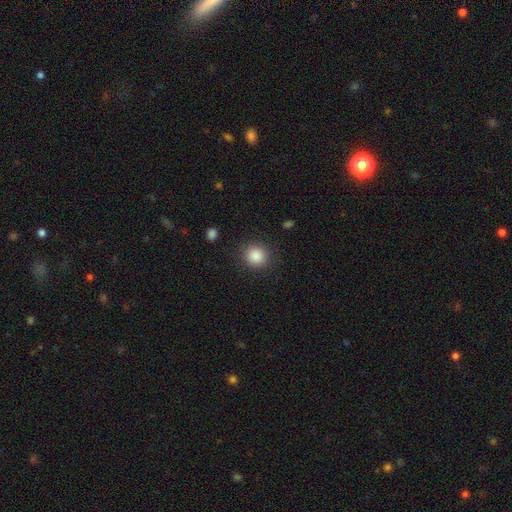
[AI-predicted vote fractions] The model was most divided on "smooth or featured": smooth: 87%, star or artifact: 10%, featured or disk: 4%. More confident: how rounded — round (90%); merging — none (88%).